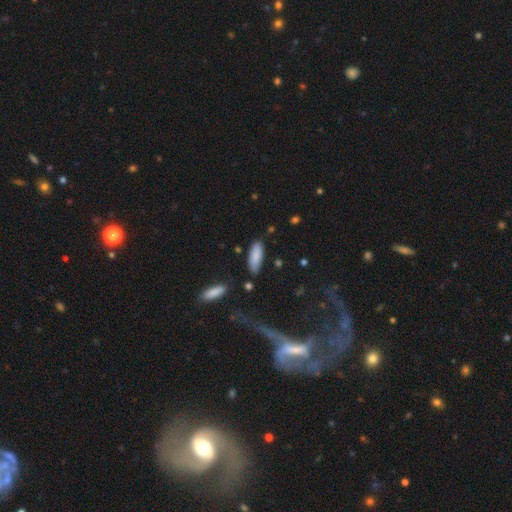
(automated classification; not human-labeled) A smooth galaxy with no disk features (88%) that is in between round and cigar-shaped (69%).

Vote fractions:
- Smooth or featured? smooth: 88% / star or artifact: 6% / featured or disk: 6%
- How rounded? in between: 69% / cigar-shaped: 29% / round: 1%
- Merging? none: 79% / minor disturbance: 15% / merger: 3% / major disturbance: 3%